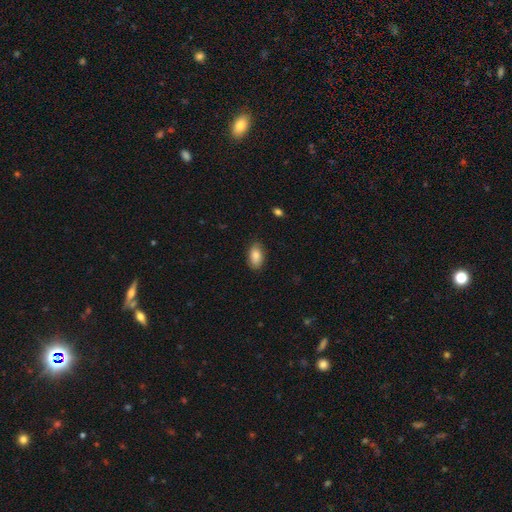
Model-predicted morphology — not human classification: This is clearly a smooth galaxy (83%). How rounded: clearly in between (92%). Merging: clearly none (82%).